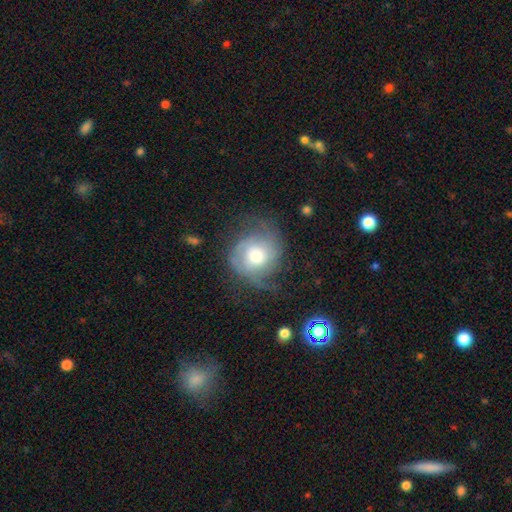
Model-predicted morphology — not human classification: A featured or disk galaxy (66%) with no bar (75%), 2 (52%) medium (42%) spiral arms (89%) and a moderate central bulge (54%).

Vote fractions:
- Smooth or featured? featured or disk: 66% / smooth: 26% / star or artifact: 8%
- Edge-on disk? no: 97% / yes: 3%
- Bar? no: 75% / weak: 22% / strong: 3%
- Spiral arms? yes: 89% / no: 11%
- Spiral winding? medium: 42% / tight: 33% / loose: 25%
- Spiral arm count? 2: 52% / can't tell: 21% / 3: 13% / 1: 8% / 4: 4% / more than 4: 3%
- Bulge size? moderate: 54% / large: 30% / small: 11% / dominant: 3% / none: 2%
- Merging? none: 54% / minor disturbance: 24% / major disturbance: 20% / merger: 2%